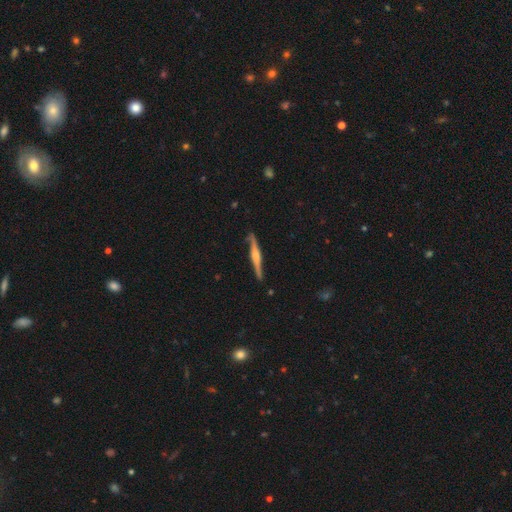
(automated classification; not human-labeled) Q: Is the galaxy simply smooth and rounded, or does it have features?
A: featured or disk — 72%.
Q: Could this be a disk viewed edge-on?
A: yes — 96%.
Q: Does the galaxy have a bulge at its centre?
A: rounded — 71%.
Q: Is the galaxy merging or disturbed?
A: none — 82%.